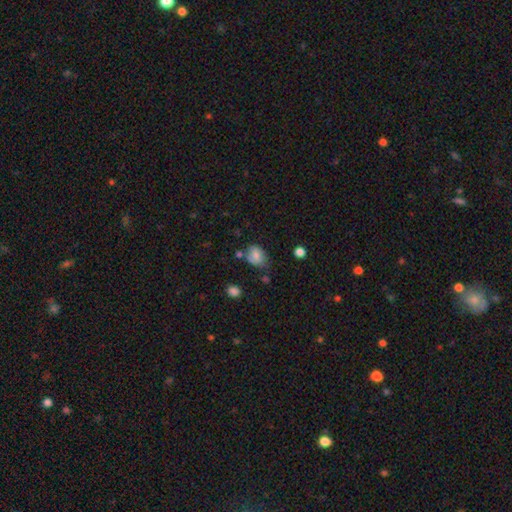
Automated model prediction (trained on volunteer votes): Q: Smooth or featured?
A: smooth (72%); runner-up: featured or disk (18%)
Q: How rounded?
A: in between (67%); runner-up: round (32%)
Q: Merging?
A: none (52%); runner-up: minor disturbance (29%)